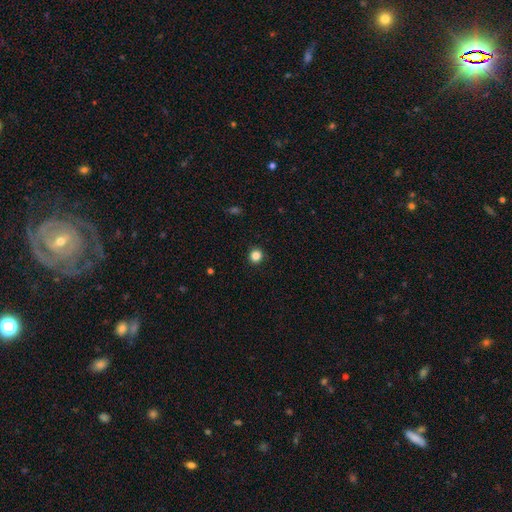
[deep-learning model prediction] A smooth galaxy with no disk features (85%) that is round (93%). Merging: none (93%).